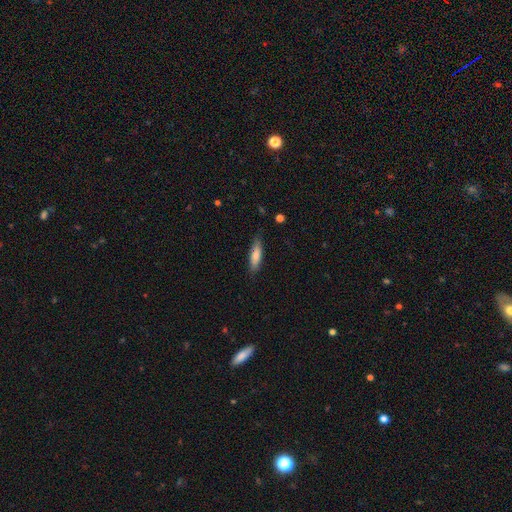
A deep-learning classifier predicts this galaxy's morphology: This appears to be a smooth galaxy with no disk features (79%) that is cigar-shaped (63%). Merging: none (81%).